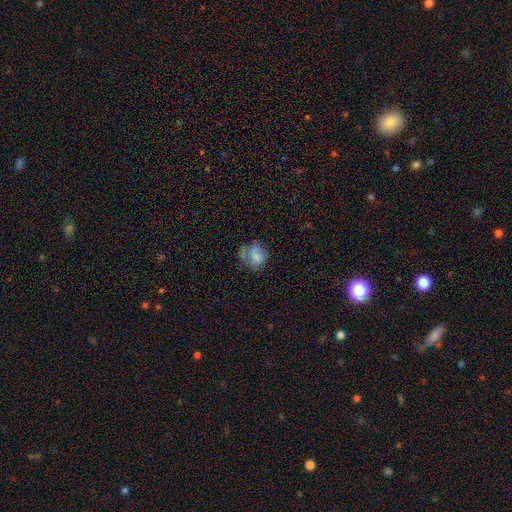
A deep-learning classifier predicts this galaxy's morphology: A smooth galaxy with no disk features (67%) that is round (61%).

Vote fractions:
- Smooth or featured? smooth: 67% / featured or disk: 22% / star or artifact: 11%
- How rounded? round: 61% / in between: 38% / cigar-shaped: 1%
- Merging? none: 42% / minor disturbance: 29% / major disturbance: 25% / merger: 4%